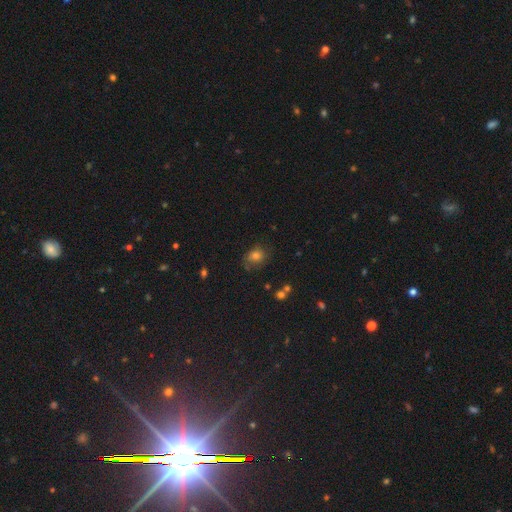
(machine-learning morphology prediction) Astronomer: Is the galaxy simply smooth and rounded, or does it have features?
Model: smooth — 64%.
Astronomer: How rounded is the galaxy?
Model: round — 58% (runner-up: in between, 41%).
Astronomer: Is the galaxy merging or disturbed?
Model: none — 67%.